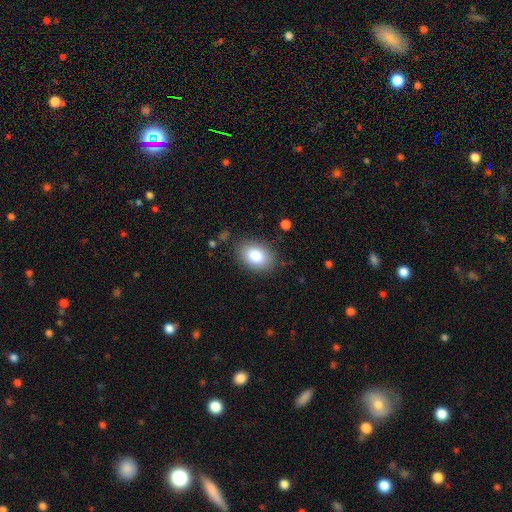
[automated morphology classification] smooth 82%, featured or disk 10%, star or artifact 8%. Down the decision tree: how rounded — in between (76%); merging — none (85%).